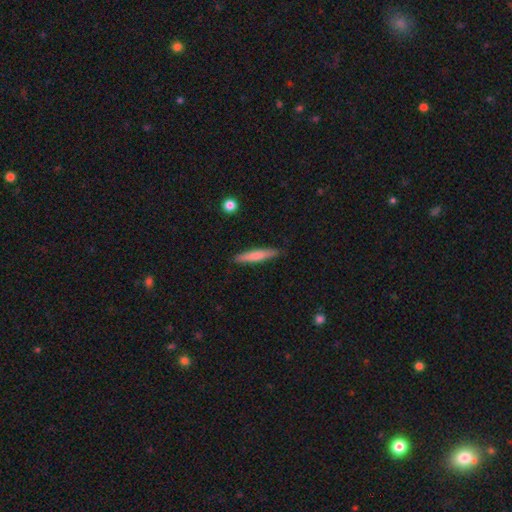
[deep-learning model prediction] This is likely a smooth galaxy (70%). How rounded: clearly cigar-shaped (91%). Merging: clearly none (89%).